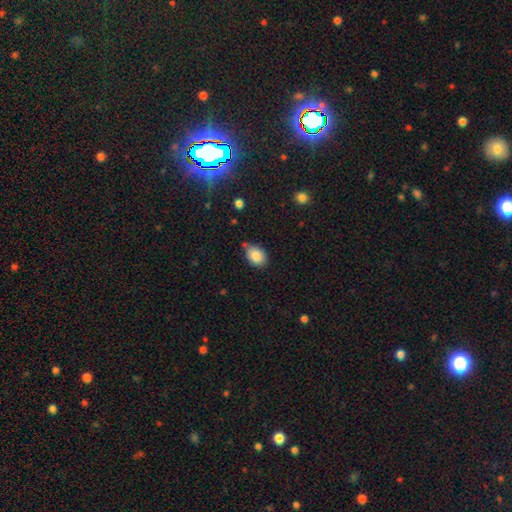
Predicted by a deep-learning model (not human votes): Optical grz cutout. It shows a smooth galaxy with no disk features (86%) that is in between round and cigar-shaped (76%). Merging: none (67%).